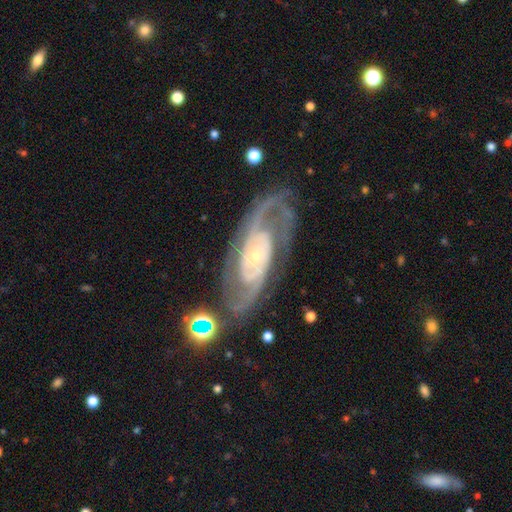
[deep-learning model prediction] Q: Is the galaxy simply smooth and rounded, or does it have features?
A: featured or disk — 90%.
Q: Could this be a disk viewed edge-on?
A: no — 95%.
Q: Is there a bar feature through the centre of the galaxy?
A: no — 67%.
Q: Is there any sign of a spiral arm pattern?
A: yes — 97%.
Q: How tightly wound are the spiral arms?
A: tight — 50%.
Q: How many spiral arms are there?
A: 2 — 72%.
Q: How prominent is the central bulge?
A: small — 78%.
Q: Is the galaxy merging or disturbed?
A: none — 71%.